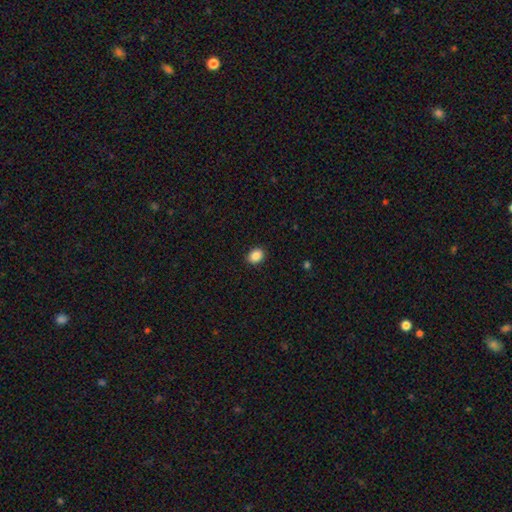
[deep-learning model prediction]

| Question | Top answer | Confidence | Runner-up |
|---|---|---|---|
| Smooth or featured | smooth | 88% | star or artifact (9%) |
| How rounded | in between | 55% | round (44%) |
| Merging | none | 90% | minor disturbance (7%) |